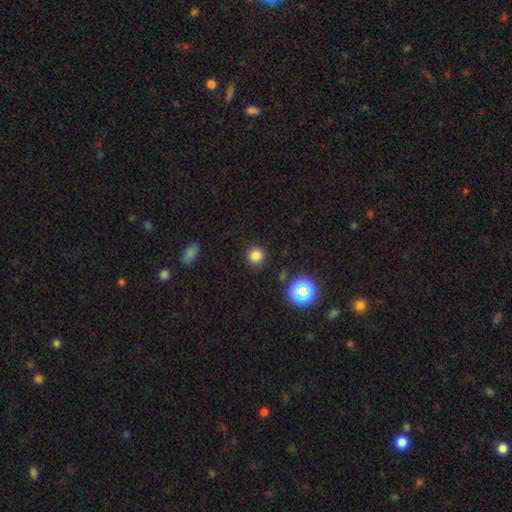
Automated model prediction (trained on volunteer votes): This is likely a smooth galaxy (78%). How rounded: clearly round (92%). Merging: clearly none (89%).